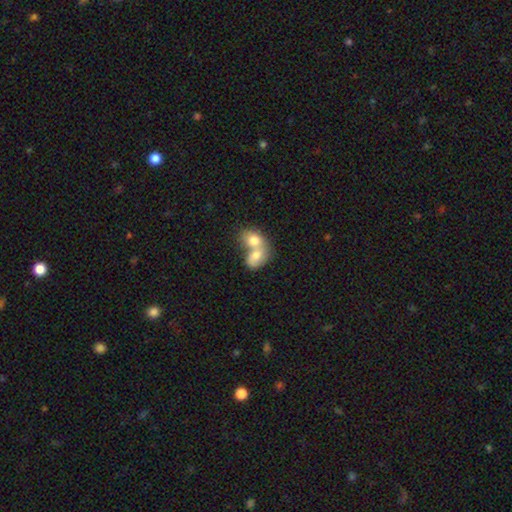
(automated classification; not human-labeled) Smooth or featured: smooth — 72% (featured or disk — 21%)
How rounded: in between — 65% (round — 34%)
Merging: merger — 80% (none — 13%)